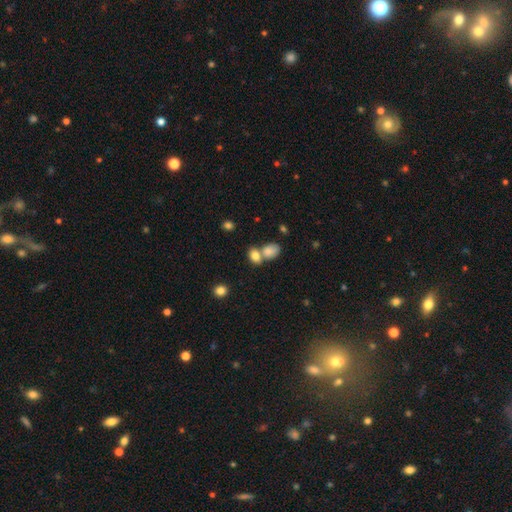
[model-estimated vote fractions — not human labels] The model was most divided on "merging": merger: 51%, none: 36%, minor disturbance: 9%, major disturbance: 4%. More confident: smooth or featured — smooth (81%); how rounded — in between (77%).